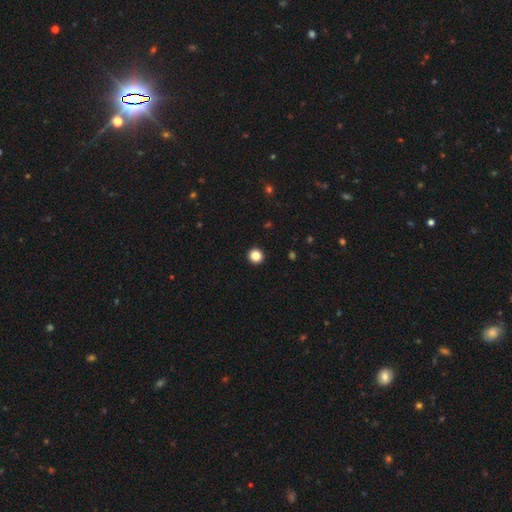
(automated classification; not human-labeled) This appears to be a smooth galaxy with no disk features (85%) that is round (95%). Merging: none (94%).